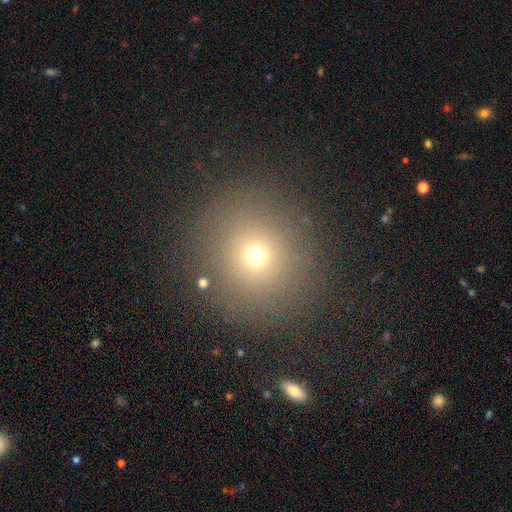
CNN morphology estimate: smooth 67%, star or artifact 23%, featured or disk 10%. Down the decision tree: how rounded — round (90%); merging — none (87%).